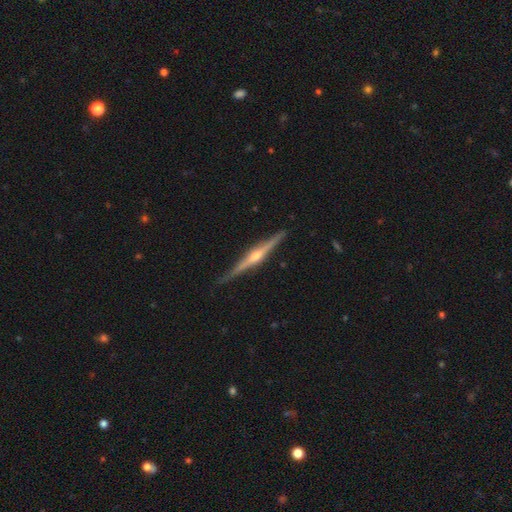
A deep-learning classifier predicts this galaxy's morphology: smooth_or_featured: featured or disk (p=0.84) [alt: smooth p=0.11]
disk_edge_on: yes (p=0.99) [alt: no p=0.01]
edge_on_bulge: rounded (p=0.89) [alt: boxy p=0.06]
merging: none (p=0.90) [alt: minor disturbance p=0.07]